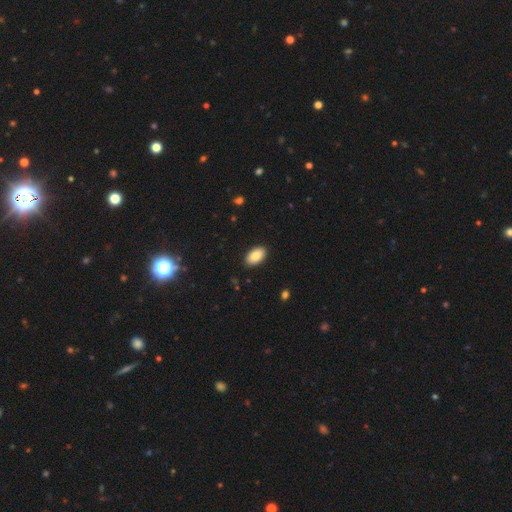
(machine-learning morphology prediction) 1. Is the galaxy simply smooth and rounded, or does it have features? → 87% smooth, 7% star or artifact, 6% featured or disk.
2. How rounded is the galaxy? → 95% in between, 4% round, 1% cigar-shaped.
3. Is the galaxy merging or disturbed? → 90% none, 8% minor disturbance, 2% major disturbance, 1% merger.